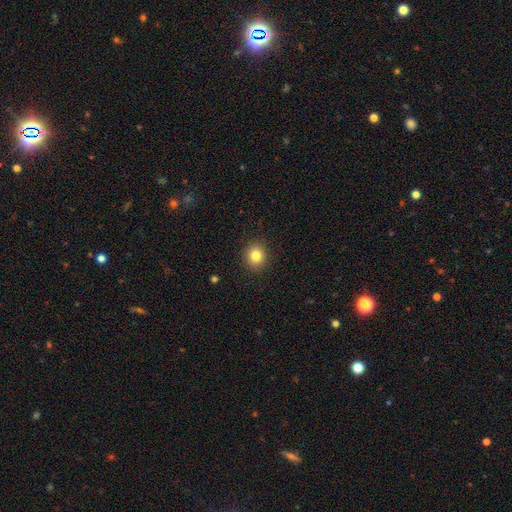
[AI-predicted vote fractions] Overall: smooth (82%). How rounded: round (81%). Merging: none (91%).